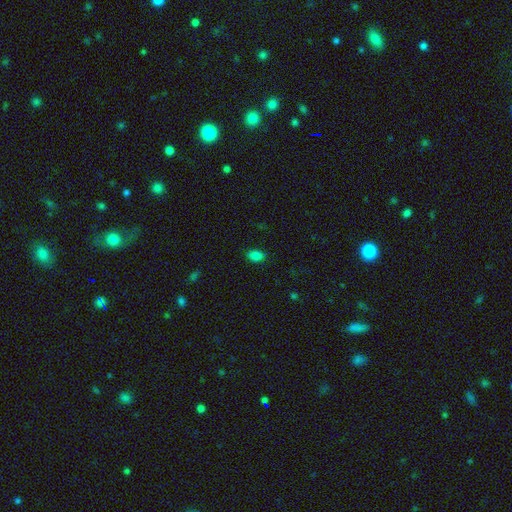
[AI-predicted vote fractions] smooth_or_featured: smooth (p=0.83) [alt: star or artifact p=0.12]
how_rounded: in between (p=0.87) [alt: round p=0.12]
merging: none (p=0.85) [alt: minor disturbance p=0.12]